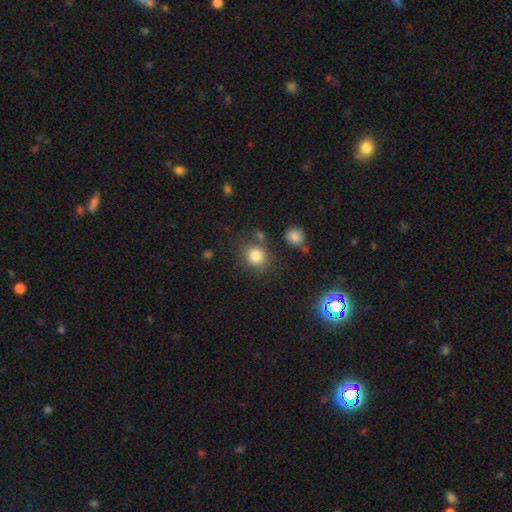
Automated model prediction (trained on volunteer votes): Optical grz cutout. It shows a smooth galaxy with no disk features (82%) that is round (82%). Merging: none (78%).